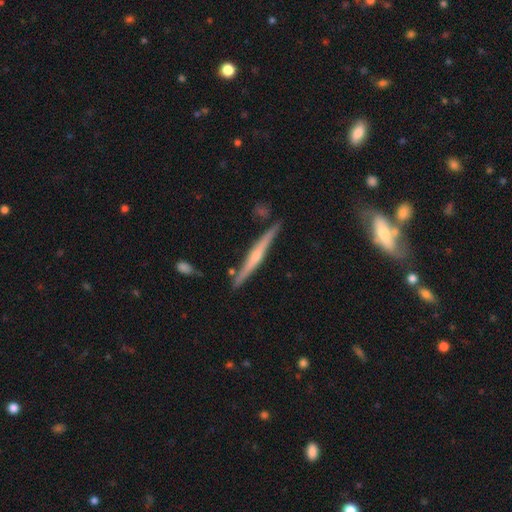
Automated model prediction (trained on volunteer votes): Smooth or featured: featured or disk — 72% (smooth — 22%)
Edge-on disk: yes — 98% (no — 2%)
Edge-on bulge: rounded — 67% (none — 24%)
Merging: none — 86% (minor disturbance — 10%)